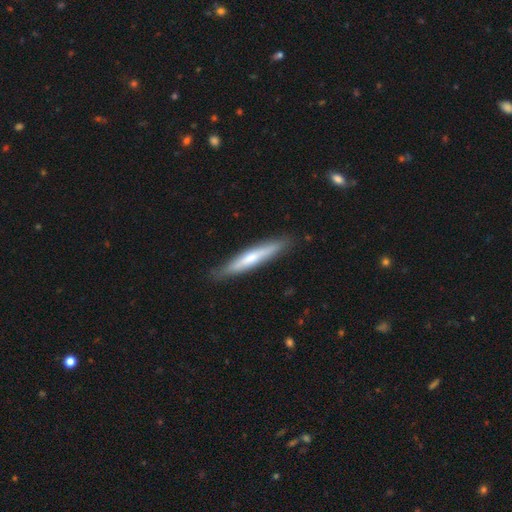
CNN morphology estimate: Smooth or featured? smooth (53%)
How rounded? cigar-shaped (93%)
Merging? none (87%)